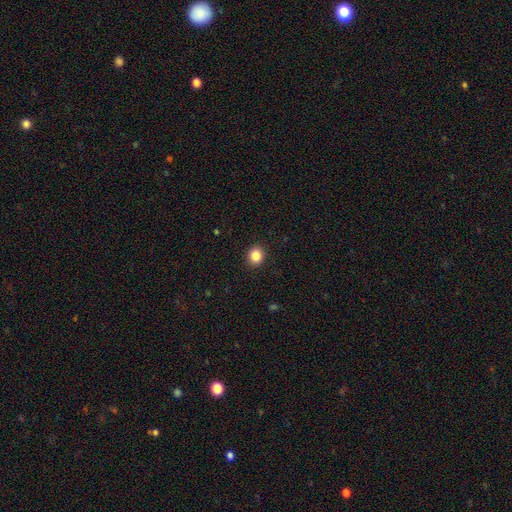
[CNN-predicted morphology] Smooth or featured?
  - smooth: 85% *
  - star or artifact: 10%
  - featured or disk: 4%
How rounded?
  - round: 78% *
  - in between: 21%
  - cigar-shaped: 1%
Merging?
  - none: 92% *
  - minor disturbance: 6%
  - major disturbance: 2%
  - merger: 1%